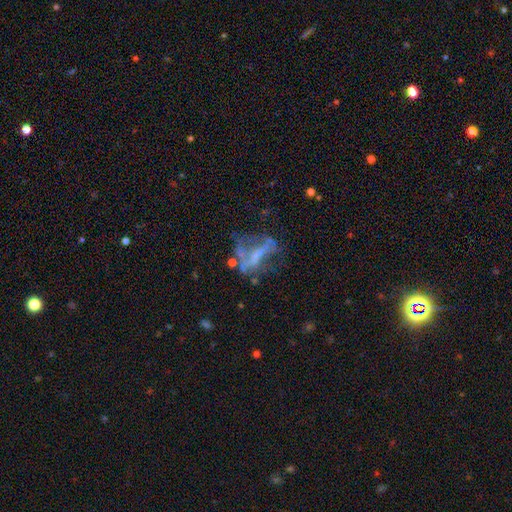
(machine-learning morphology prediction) A featured or disk galaxy (63%) with no bar (50%), no spiral arms (73%) and no central bulge (57%). Merging: major disturbance (36%, tied with none).